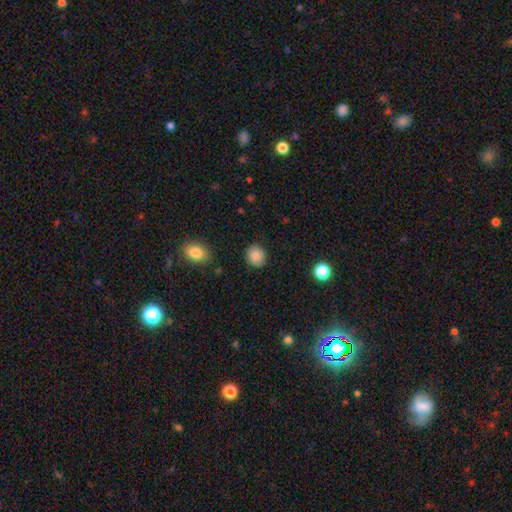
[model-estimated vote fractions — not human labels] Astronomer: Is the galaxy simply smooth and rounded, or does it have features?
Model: smooth — 87%.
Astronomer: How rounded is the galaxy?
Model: round — 71%.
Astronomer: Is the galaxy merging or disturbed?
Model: none — 88%.